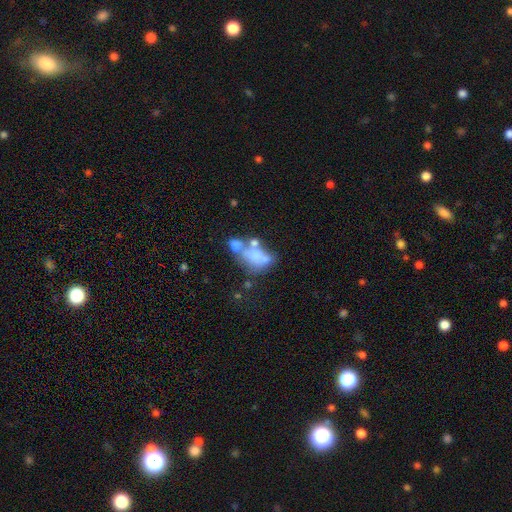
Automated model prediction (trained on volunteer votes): Smooth or featured? featured or disk (45%)
Merging? merger (52%)